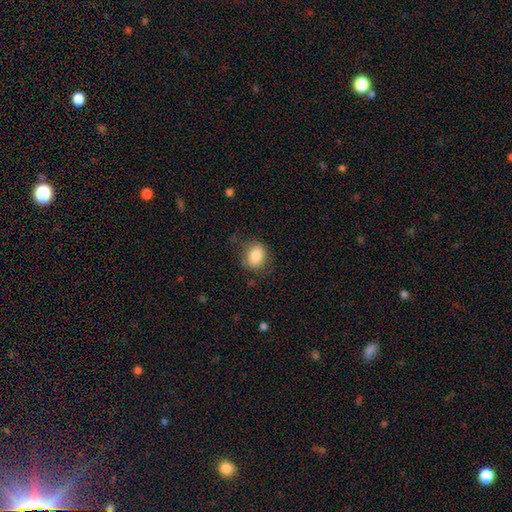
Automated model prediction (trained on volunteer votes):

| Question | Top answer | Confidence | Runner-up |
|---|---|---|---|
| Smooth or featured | smooth | 84% | star or artifact (8%) |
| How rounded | round | 55% | in between (44%) |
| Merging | none | 72% | minor disturbance (19%) |